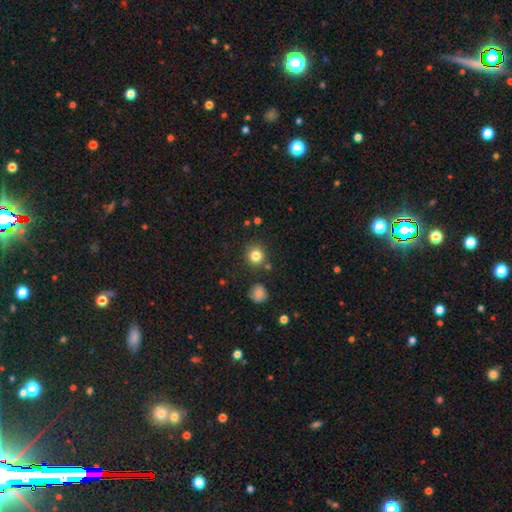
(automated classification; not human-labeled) The model was most divided on "smooth or featured": smooth: 82%, star or artifact: 12%, featured or disk: 6%. More confident: how rounded — round (90%); merging — none (83%).